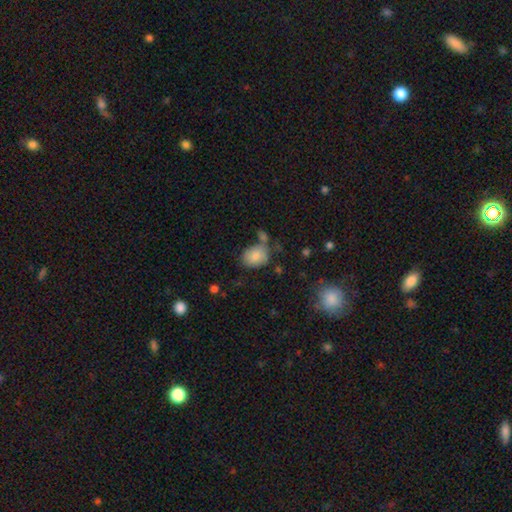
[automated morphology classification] This appears to be a smooth galaxy with no disk features (82%) that is in between round and cigar-shaped (53%). Merging: none (52%).